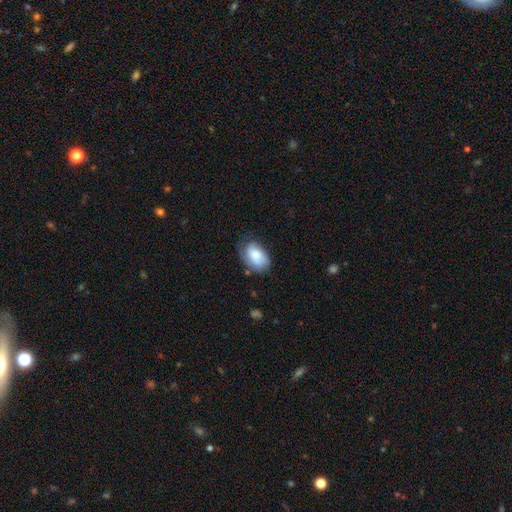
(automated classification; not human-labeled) Overall: smooth (74%). How rounded: in between (90%). Merging: none (58%; minor disturbance 30%).